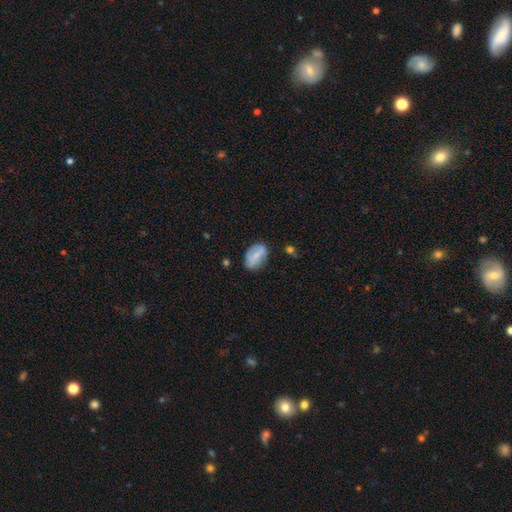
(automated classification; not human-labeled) Overall: smooth (56%; featured or disk 37%). How rounded: in between (86%). Merging: none (69%).